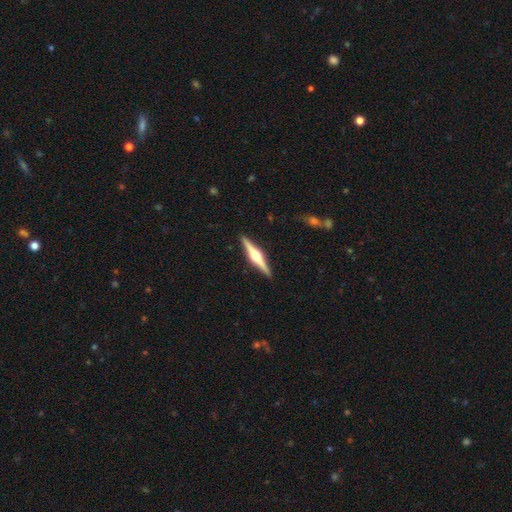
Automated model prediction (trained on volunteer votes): Smooth or featured? featured or disk (80%)
Edge-on disk? yes (99%)
Edge-on bulge? rounded (94%)
Merging? none (92%)